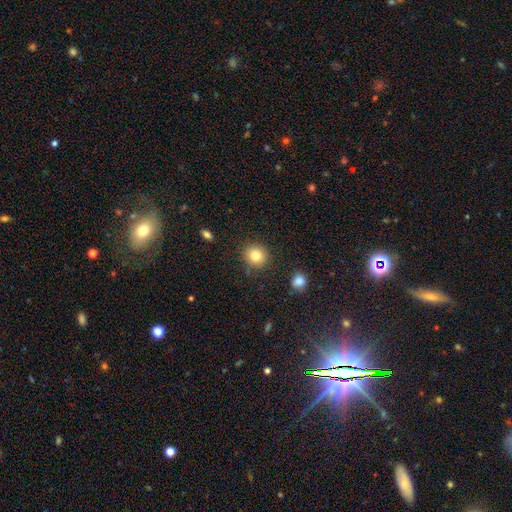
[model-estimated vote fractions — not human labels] Q: Smooth or featured?
A: smooth (82%); runner-up: star or artifact (11%)
Q: How rounded?
A: round (88%); runner-up: in between (11%)
Q: Merging?
A: none (85%); runner-up: minor disturbance (9%)